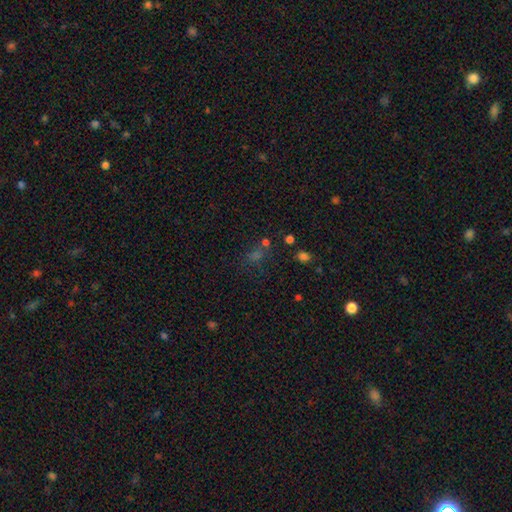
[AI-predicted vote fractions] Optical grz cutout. It shows a star or artifact, not a galaxy (46%).